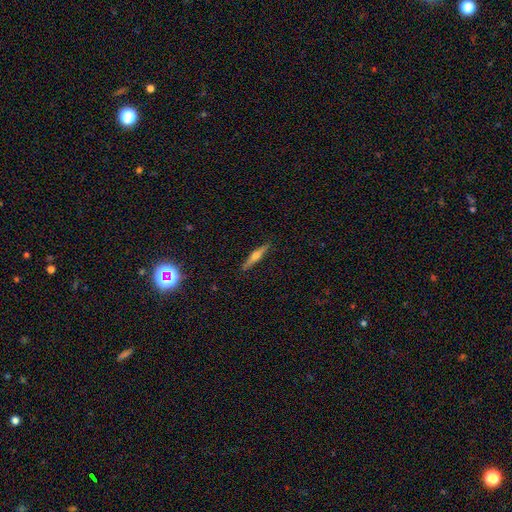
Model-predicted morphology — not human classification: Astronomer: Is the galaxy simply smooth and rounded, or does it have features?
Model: featured or disk — 62%.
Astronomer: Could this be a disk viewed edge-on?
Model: yes — 97%.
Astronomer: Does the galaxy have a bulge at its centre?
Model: rounded — 90%.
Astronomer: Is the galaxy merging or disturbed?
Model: none — 90%.